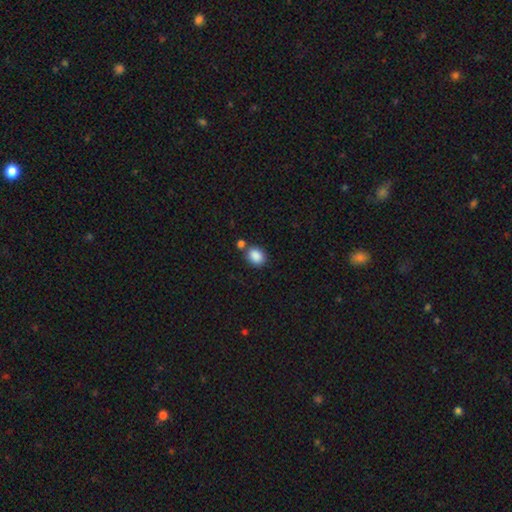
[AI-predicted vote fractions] A smooth galaxy with no disk features (88%) that is in between round and cigar-shaped (56%).

Vote fractions:
- Smooth or featured? smooth: 88% / star or artifact: 8% / featured or disk: 4%
- How rounded? in between: 56% / round: 43% / cigar-shaped: 1%
- Merging? none: 67% / merger: 17% / minor disturbance: 12% / major disturbance: 3%